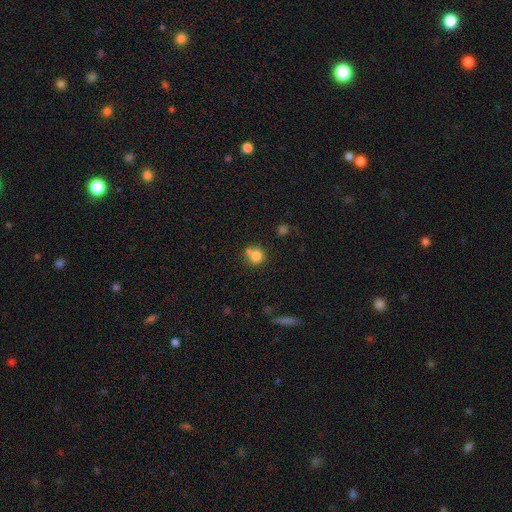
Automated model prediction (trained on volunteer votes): Overall: smooth (78%). How rounded: round (85%). Merging: none (53%; merger 31%).